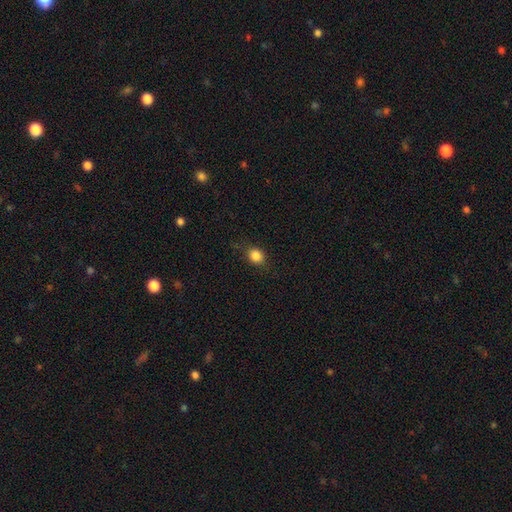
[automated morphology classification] Smooth or featured? smooth (85%)
How rounded? round (66%)
Merging? none (82%)